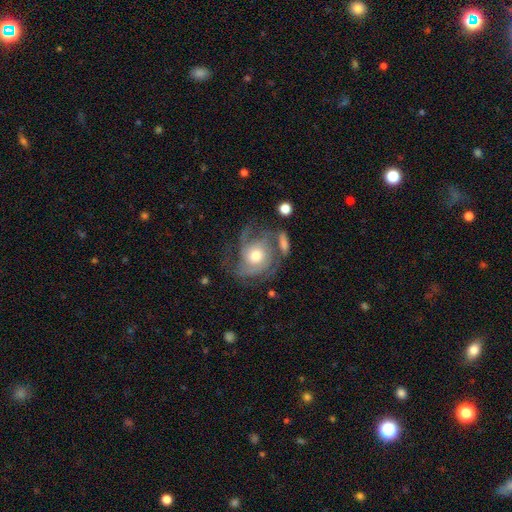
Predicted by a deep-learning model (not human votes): smooth-or-featured: featured or disk: 76% | smooth: 17% | star or artifact: 7%
  disk-edge-on: no: 97% | yes: 3%
    bar: no: 77% | weak: 20% | strong: 3%
    has-spiral-arms: yes: 89% | no: 11%
      spiral-winding: medium: 42% | tight: 38% | loose: 20%
      spiral-arm-count: 3: 31% | can't tell: 26% | 2: 22% | 4: 9% | 1: 6% | more than 4: 5%
    bulge-size: moderate: 67% | large: 18% | small: 12% | dominant: 2% | none: 1%
  merging: none: 45% | major disturbance: 25% | minor disturbance: 21% | merger: 10%